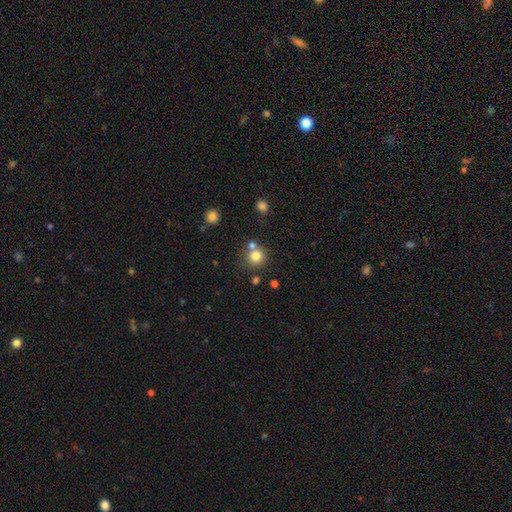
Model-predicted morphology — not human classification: The model was most divided on "merging": none: 65%, merger: 23%, minor disturbance: 9%, major disturbance: 3%. More confident: how rounded — round (91%); smooth or featured — smooth (78%).